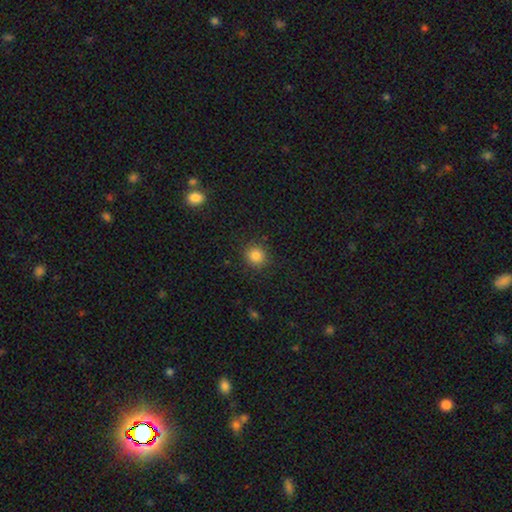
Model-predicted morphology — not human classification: smooth-or-featured: smooth: 84% | star or artifact: 12% | featured or disk: 4%
  how-rounded: round: 90% | in between: 9% | cigar-shaped: 1%
  merging: none: 89% | minor disturbance: 7% | major disturbance: 3% | merger: 1%